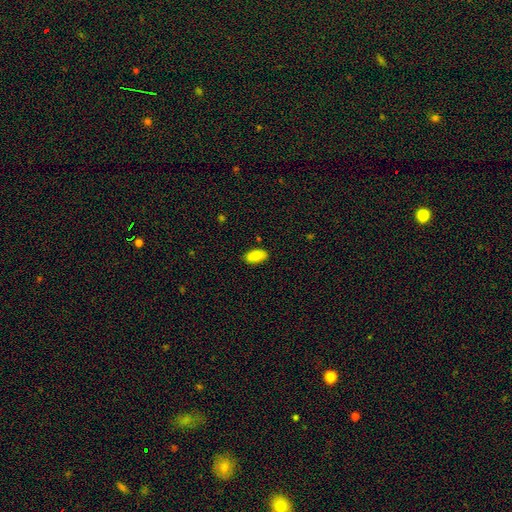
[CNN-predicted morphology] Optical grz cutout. It shows a smooth galaxy with no disk features (87%) that is in between round and cigar-shaped (94%). Merging: none (87%).